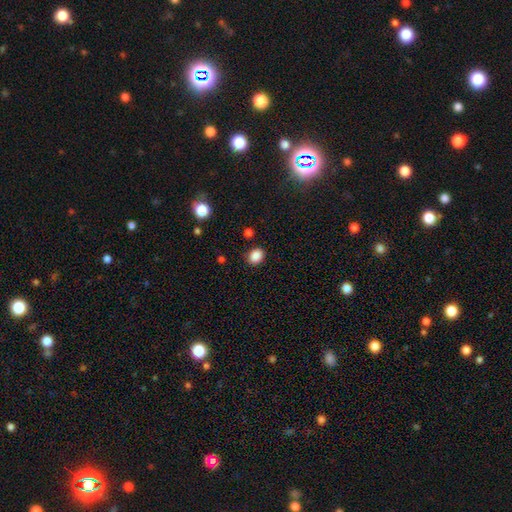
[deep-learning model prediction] Smooth or featured: smooth — 87% (star or artifact — 10%)
How rounded: round — 52% (in between — 47%)
Merging: none — 85% (minor disturbance — 10%)